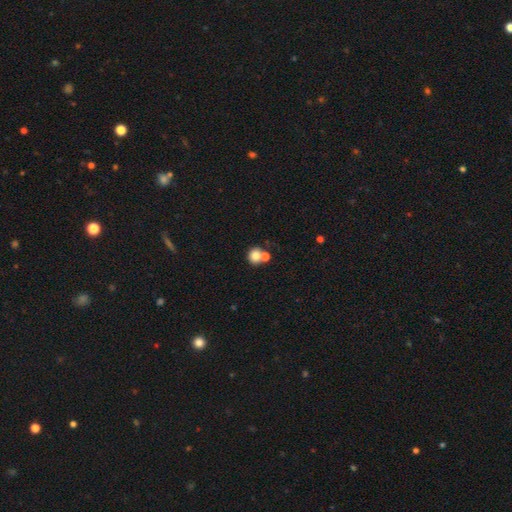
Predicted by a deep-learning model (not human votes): Q: Smooth or featured?
A: smooth (79%); runner-up: featured or disk (11%)
Q: How rounded?
A: round (81%); runner-up: in between (18%)
Q: Merging?
A: none (48%); runner-up: merger (40%)